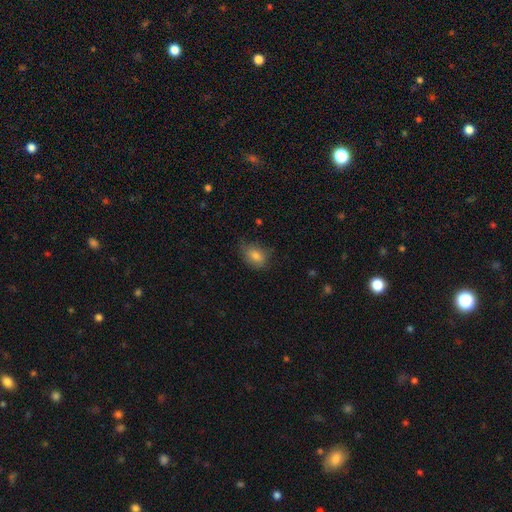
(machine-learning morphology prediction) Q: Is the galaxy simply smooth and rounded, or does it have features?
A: smooth — 81%.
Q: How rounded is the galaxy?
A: in between — 70%.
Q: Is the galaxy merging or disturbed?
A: none — 66%.